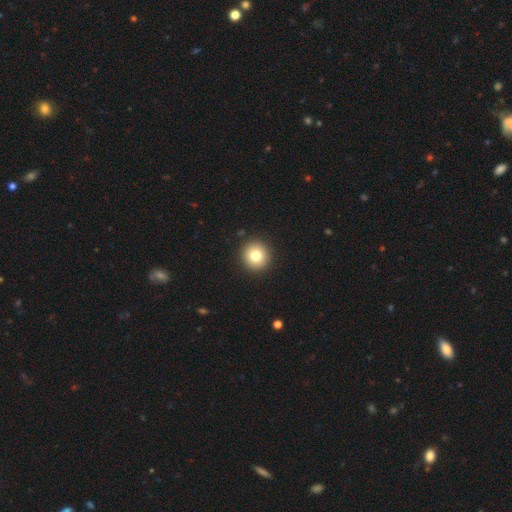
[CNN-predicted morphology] Smooth or featured?
  - smooth: 80% *
  - star or artifact: 10%
  - featured or disk: 10%
How rounded?
  - round: 93% *
  - in between: 6%
  - cigar-shaped: 1%
Merging?
  - none: 92% *
  - minor disturbance: 5%
  - major disturbance: 2%
  - merger: 1%